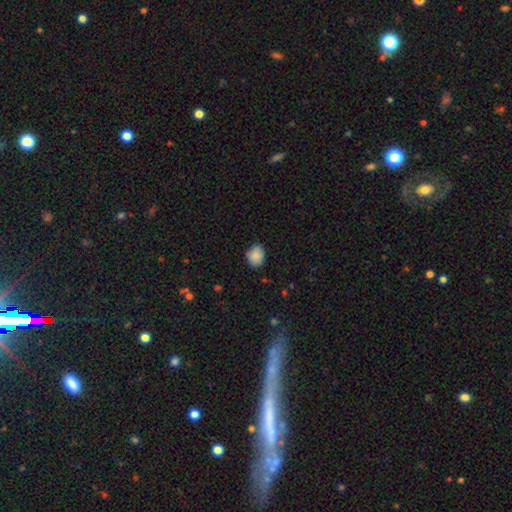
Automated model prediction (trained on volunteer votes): Q: Smooth or featured?
A: smooth (87%); runner-up: star or artifact (8%)
Q: How rounded?
A: round (52%); runner-up: in between (47%)
Q: Merging?
A: none (77%); runner-up: minor disturbance (19%)